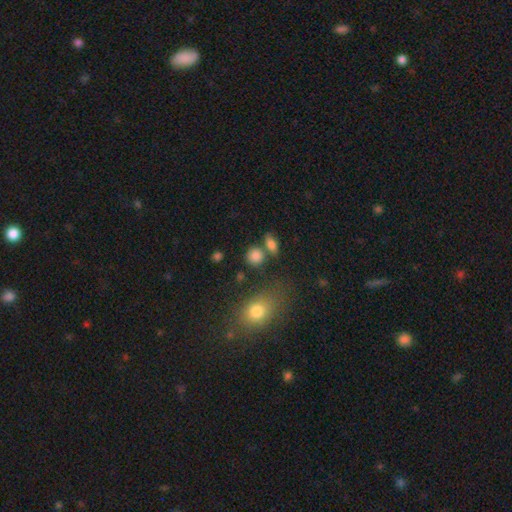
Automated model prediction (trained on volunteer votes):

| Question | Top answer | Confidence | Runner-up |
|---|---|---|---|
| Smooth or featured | smooth | 83% | star or artifact (10%) |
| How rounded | round | 78% | in between (19%) |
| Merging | none | 68% | merger (17%) |